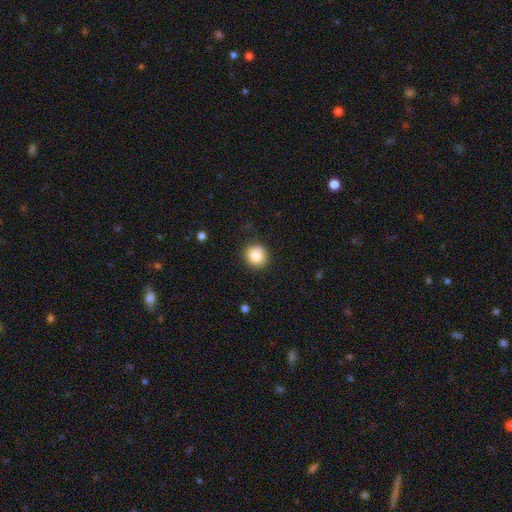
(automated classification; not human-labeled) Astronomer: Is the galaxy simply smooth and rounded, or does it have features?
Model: smooth — 84%.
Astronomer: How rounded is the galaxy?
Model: round — 89%.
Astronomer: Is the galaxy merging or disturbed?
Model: none — 89%.